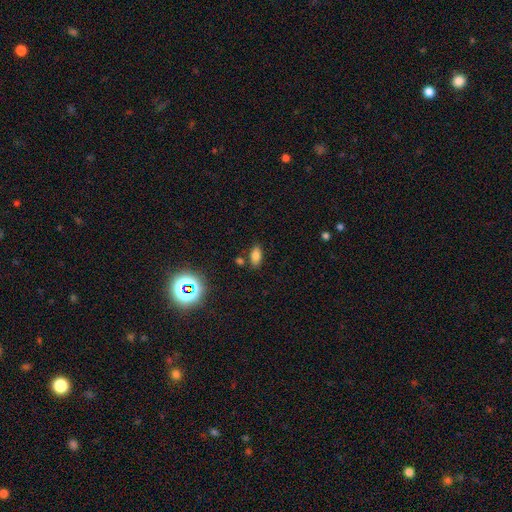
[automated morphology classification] smooth-or-featured: smooth: 75% | star or artifact: 16% | featured or disk: 9%
  how-rounded: in between: 88% | round: 6% | cigar-shaped: 6%
  merging: none: 78% | minor disturbance: 11% | merger: 7% | major disturbance: 3%